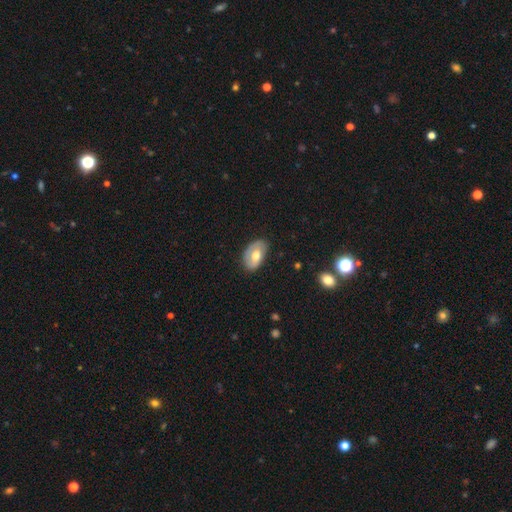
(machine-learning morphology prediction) smooth 59%, featured or disk 35%, star or artifact 6%. Down the decision tree: how rounded — in between (90%); merging — none (73%).